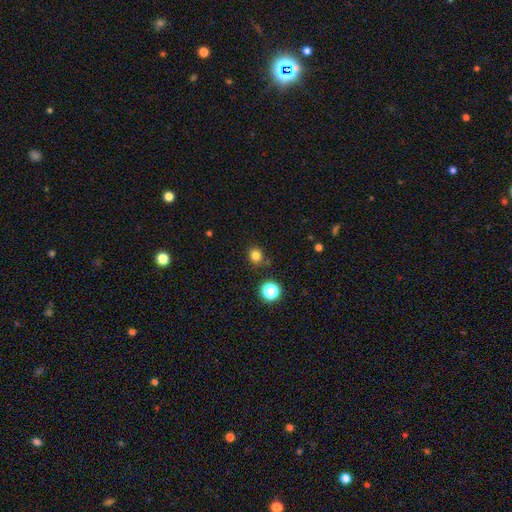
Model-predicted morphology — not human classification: Overall: smooth (80%). How rounded: round (84%). Merging: none (84%).